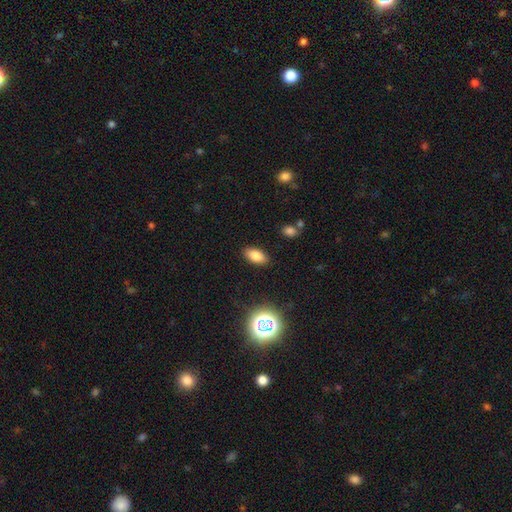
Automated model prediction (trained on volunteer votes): This appears to be a smooth galaxy with no disk features (80%) that is in between round and cigar-shaped (89%). Merging: none (88%).